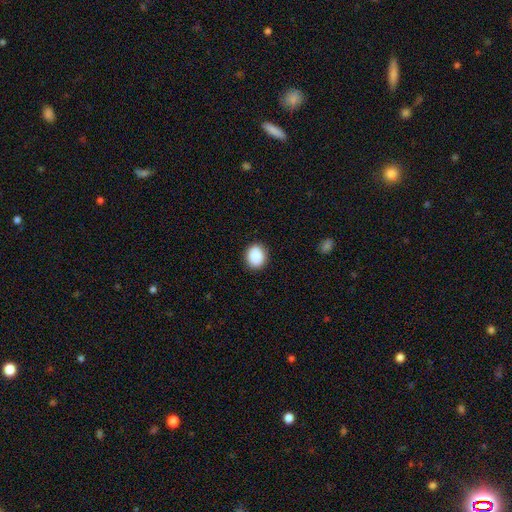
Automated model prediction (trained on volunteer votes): smooth 87%, star or artifact 8%, featured or disk 6%. Down the decision tree: how rounded — round (61%); merging — none (85%).